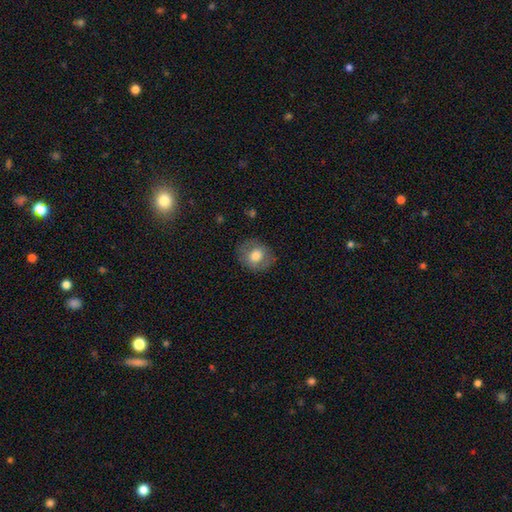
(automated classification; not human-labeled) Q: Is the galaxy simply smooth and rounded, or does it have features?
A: smooth — 70%.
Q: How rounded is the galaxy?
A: round — 66%.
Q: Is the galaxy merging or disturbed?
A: none — 80%.